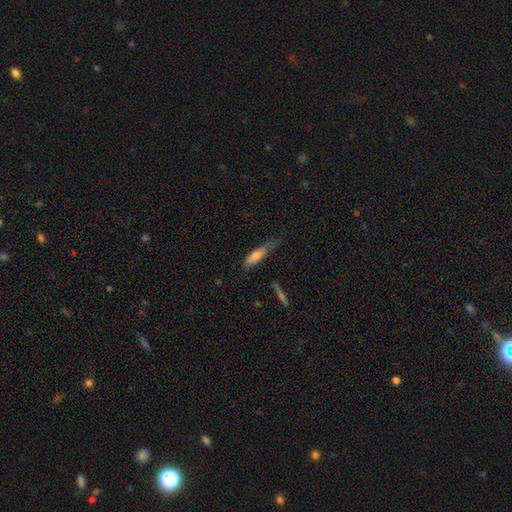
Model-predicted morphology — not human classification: smooth 73%, featured or disk 21%, star or artifact 7%. Down the decision tree: how rounded — cigar-shaped (55%); merging — none (44%).